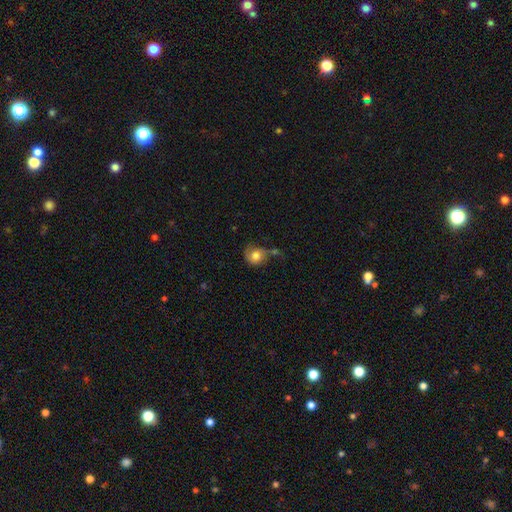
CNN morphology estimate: type=smooth (72%); roundness=round (78%); merging=none (40%).